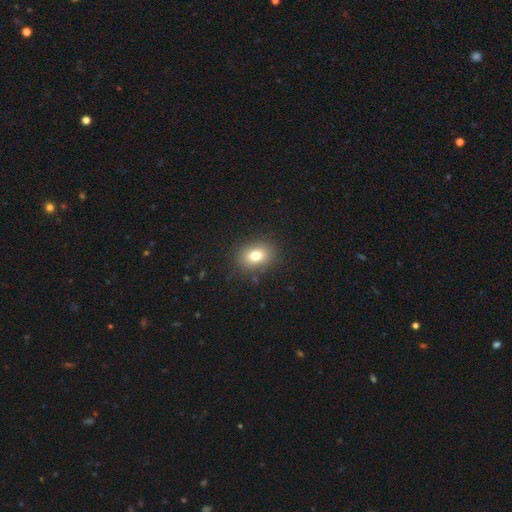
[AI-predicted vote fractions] Smooth or featured? smooth (78%)
How rounded? in between (58%)
Merging? none (86%)